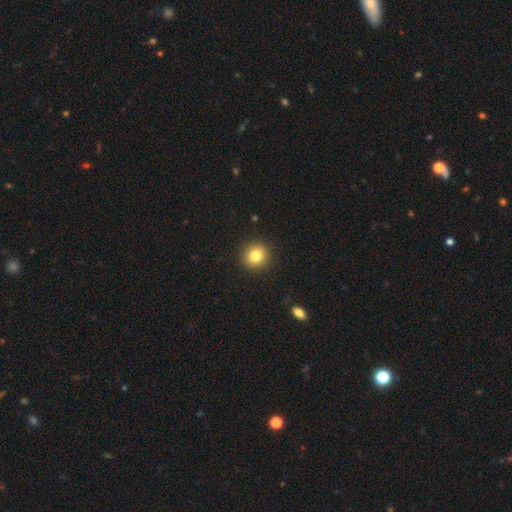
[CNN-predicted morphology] The model was most divided on "smooth or featured": smooth: 82%, star or artifact: 10%, featured or disk: 7%. More confident: merging — none (92%); how rounded — round (86%).